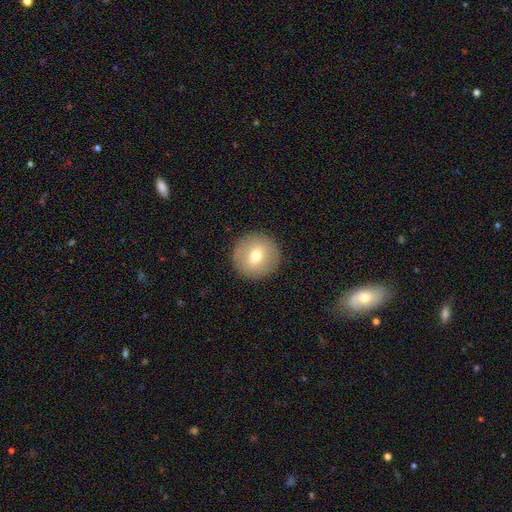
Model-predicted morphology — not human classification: Q: Smooth or featured?
A: smooth (68%); runner-up: featured or disk (24%)
Q: How rounded?
A: round (95%); runner-up: in between (4%)
Q: Merging?
A: none (91%); runner-up: minor disturbance (6%)